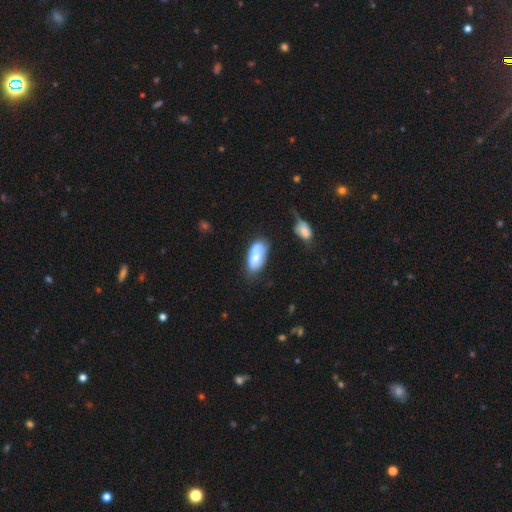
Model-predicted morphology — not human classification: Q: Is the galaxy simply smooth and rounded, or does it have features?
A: smooth — 65%.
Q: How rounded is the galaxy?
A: in between — 91%.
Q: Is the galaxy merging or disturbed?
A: none — 46%.